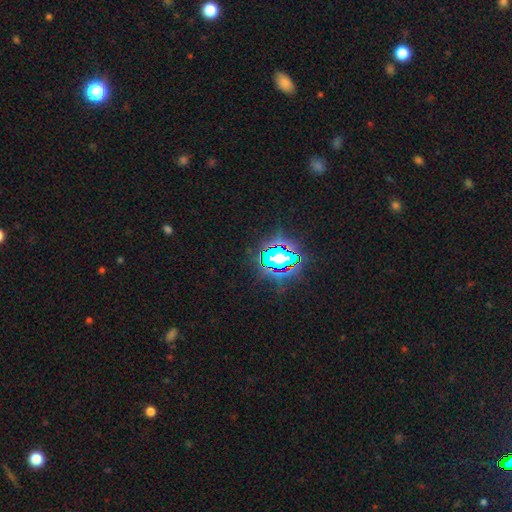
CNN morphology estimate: type=star or artifact (81%).